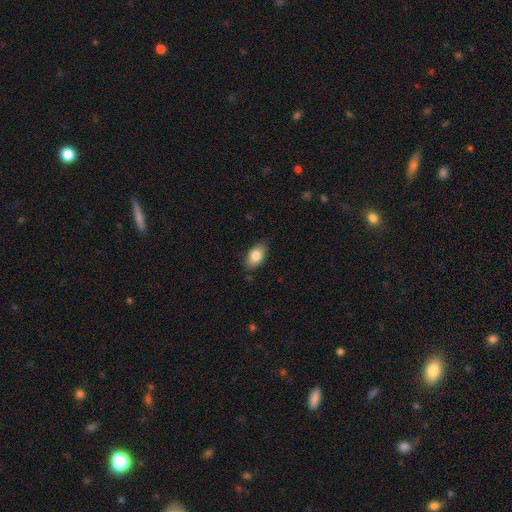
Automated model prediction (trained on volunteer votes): smooth-or-featured: smooth: 83% | featured or disk: 10% | star or artifact: 7%
  how-rounded: in between: 90% | round: 8% | cigar-shaped: 2%
  merging: none: 83% | minor disturbance: 13% | major disturbance: 2% | merger: 1%